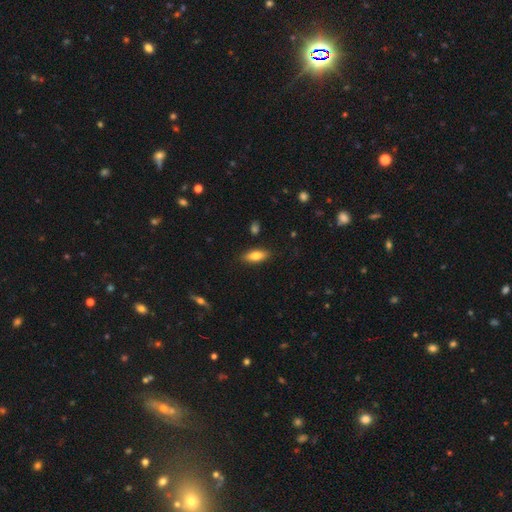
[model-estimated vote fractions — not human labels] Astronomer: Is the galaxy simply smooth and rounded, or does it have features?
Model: smooth — 76%.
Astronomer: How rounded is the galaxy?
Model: in between — 75%.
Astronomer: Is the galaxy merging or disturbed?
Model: none — 86%.